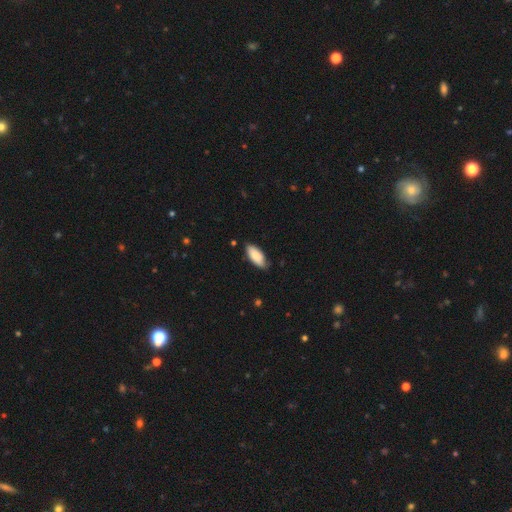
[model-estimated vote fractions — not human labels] The model was most divided on "merging": none: 75%, minor disturbance: 21%, major disturbance: 3%, merger: 1%. More confident: how rounded — in between (87%); smooth or featured — smooth (85%).